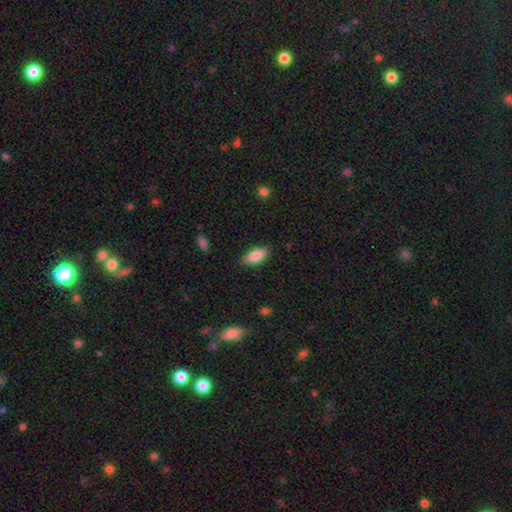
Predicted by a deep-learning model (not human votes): smooth_or_featured: smooth (p=0.84) [alt: featured or disk p=0.09]
how_rounded: in between (p=0.88) [alt: cigar-shaped p=0.10]
merging: none (p=0.85) [alt: minor disturbance p=0.11]